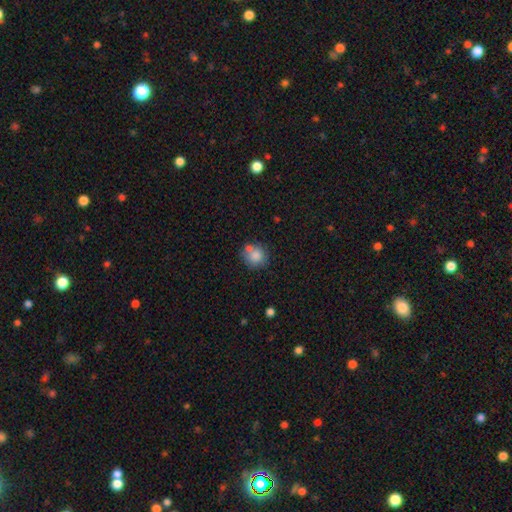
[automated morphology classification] type=smooth (81%); roundness=round (87%); merging=none (62%).